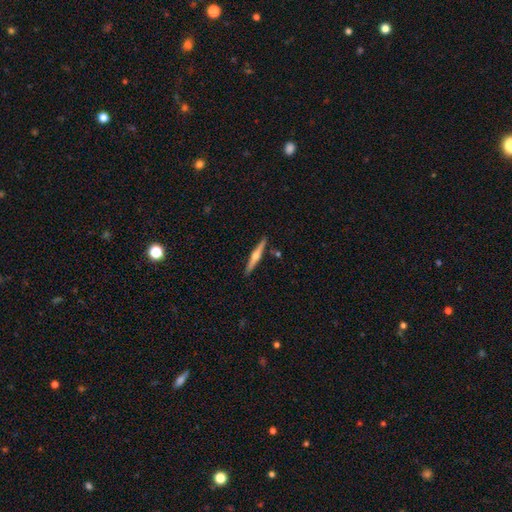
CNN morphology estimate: Smooth or featured? Predicted: featured or disk (p=0.65). Edge-on disk? Predicted: yes (p=0.98). Edge-on bulge? Predicted: rounded (p=0.89). Merging? Predicted: none (p=0.89).